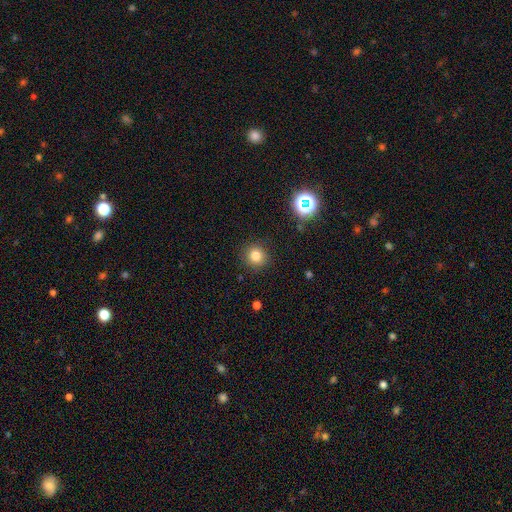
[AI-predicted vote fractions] Smooth or featured? smooth (80%)
How rounded? round (91%)
Merging? none (89%)